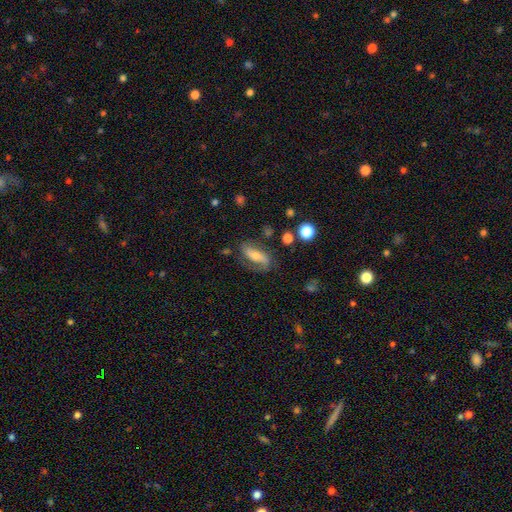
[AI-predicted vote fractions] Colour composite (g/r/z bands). It shows a featured or disk galaxy (60%) with a strong bar (37%, tied with no), spiral arms (81%) and a moderate central bulge (51%). Merging: none (65%).